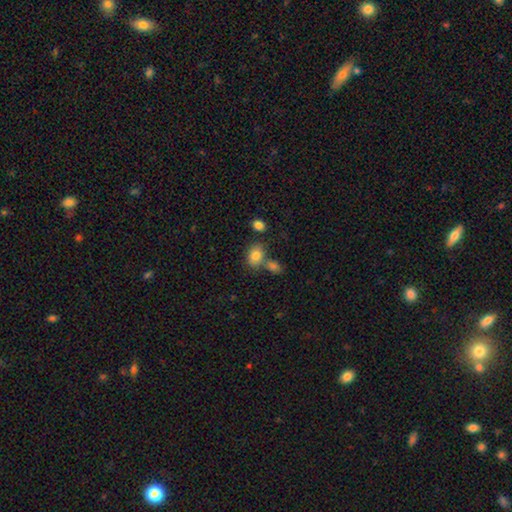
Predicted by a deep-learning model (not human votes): smooth-or-featured: smooth: 82% | star or artifact: 9% | featured or disk: 9%
  how-rounded: in between: 68% | round: 31% | cigar-shaped: 1%
  merging: none: 59% | merger: 24% | minor disturbance: 13% | major disturbance: 4%